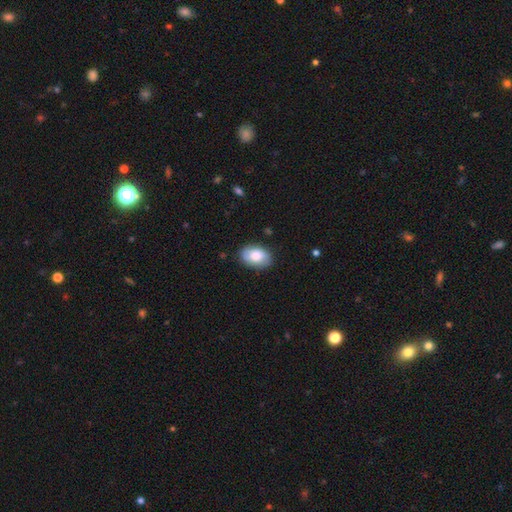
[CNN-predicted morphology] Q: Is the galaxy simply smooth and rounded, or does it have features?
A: smooth — 78%.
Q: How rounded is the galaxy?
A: in between — 88%.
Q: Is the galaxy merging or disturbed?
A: none — 83%.